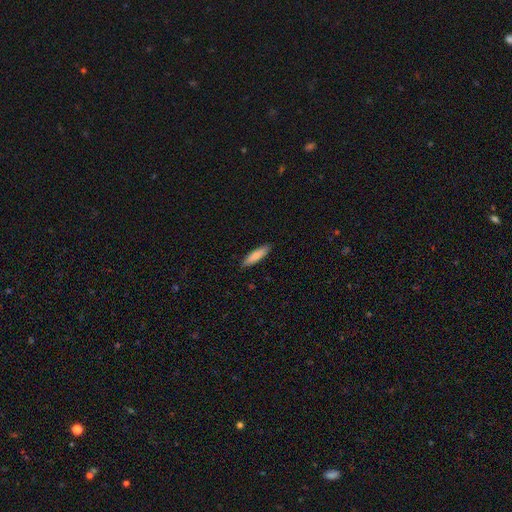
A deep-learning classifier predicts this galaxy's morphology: Q: Smooth or featured?
A: smooth (80%); runner-up: featured or disk (15%)
Q: How rounded?
A: cigar-shaped (71%); runner-up: in between (27%)
Q: Merging?
A: none (88%); runner-up: minor disturbance (9%)